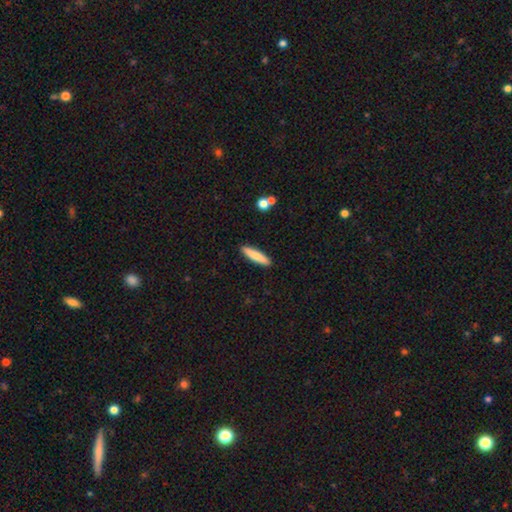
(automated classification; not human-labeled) smooth 76%, featured or disk 18%, star or artifact 6%. Down the decision tree: how rounded — cigar-shaped (82%); merging — none (90%).